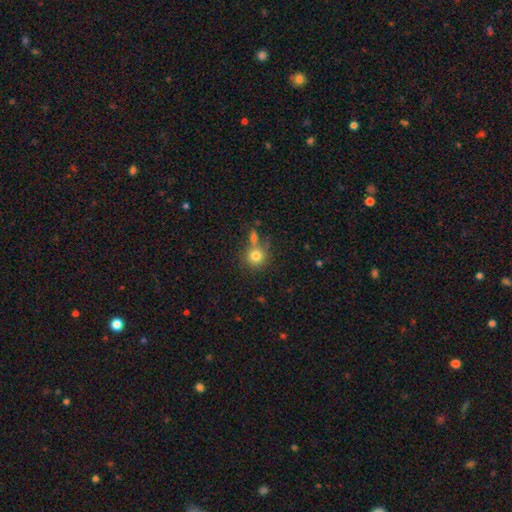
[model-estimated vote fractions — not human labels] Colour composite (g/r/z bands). It shows a smooth galaxy with no disk features (79%) that is round (91%). Merging: none (62%).